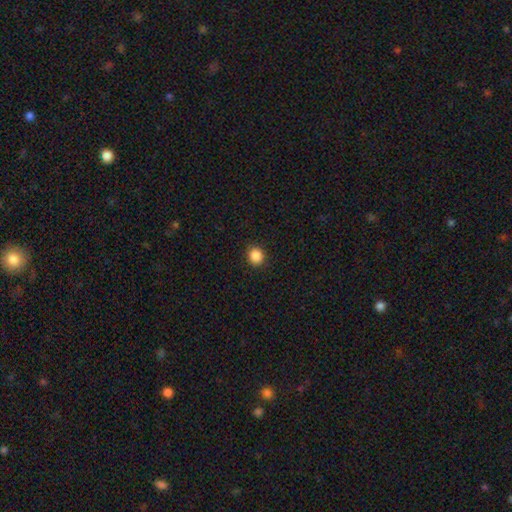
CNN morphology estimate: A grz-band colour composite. It shows a smooth galaxy with no disk features (87%) that is round (81%). Merging: none (91%).